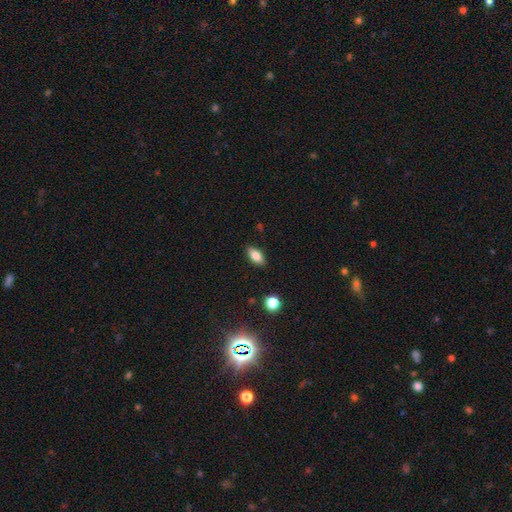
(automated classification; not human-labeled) Q: Smooth or featured?
A: smooth (80%); runner-up: featured or disk (11%)
Q: How rounded?
A: in between (87%); runner-up: cigar-shaped (8%)
Q: Merging?
A: none (87%); runner-up: minor disturbance (10%)